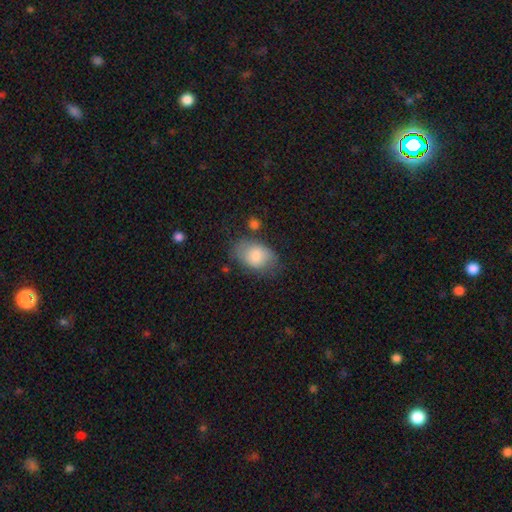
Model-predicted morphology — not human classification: Overall: smooth (79%). How rounded: in between (85%). Merging: none (65%).